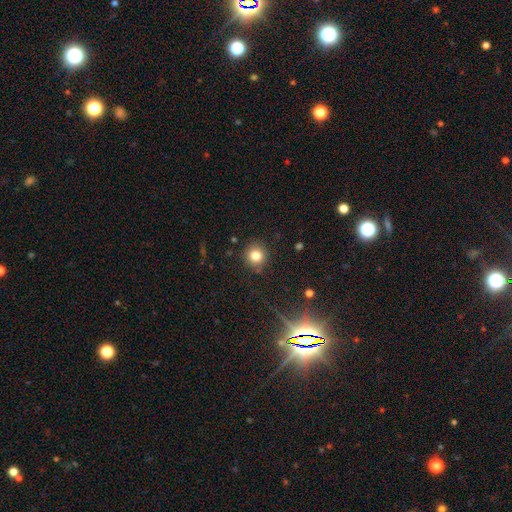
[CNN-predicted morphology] Smooth or featured? smooth (81%)
How rounded? round (91%)
Merging? none (88%)